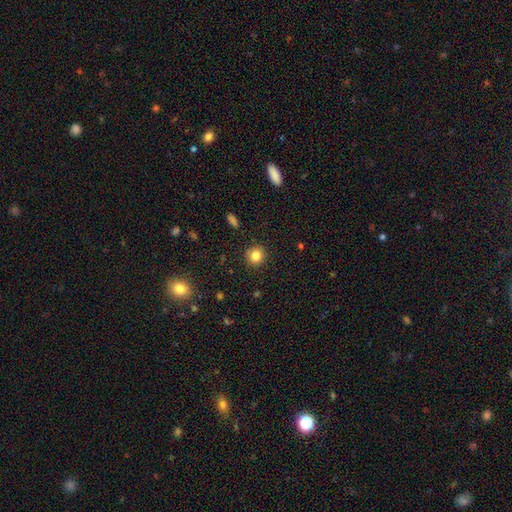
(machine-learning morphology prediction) The model was most divided on "smooth or featured": smooth: 83%, star or artifact: 11%, featured or disk: 6%. More confident: merging — none (90%); how rounded — round (88%).